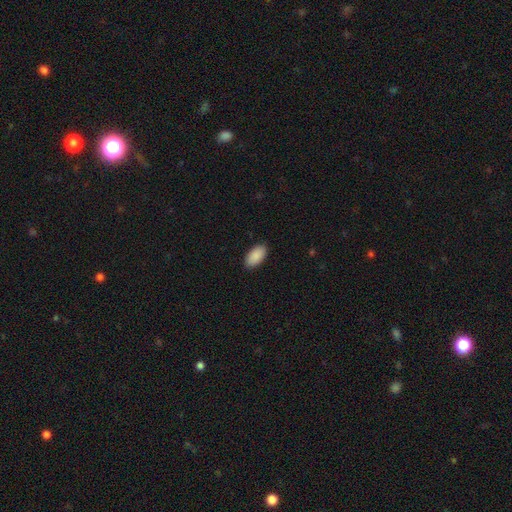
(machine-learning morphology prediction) smooth 90%, star or artifact 6%, featured or disk 4%. Down the decision tree: how rounded — in between (95%); merging — none (88%).